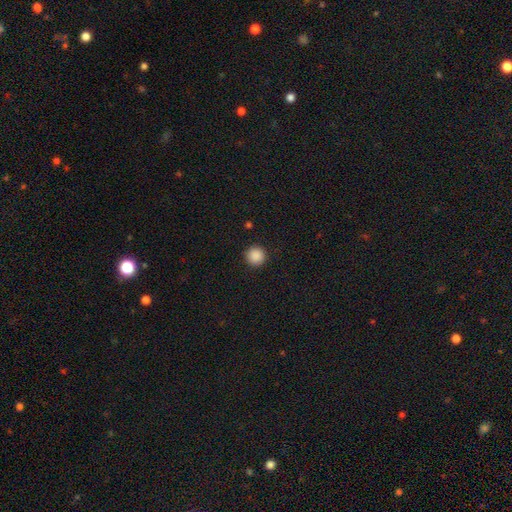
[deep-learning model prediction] Overall: smooth (88%). How rounded: round (96%). Merging: none (92%).